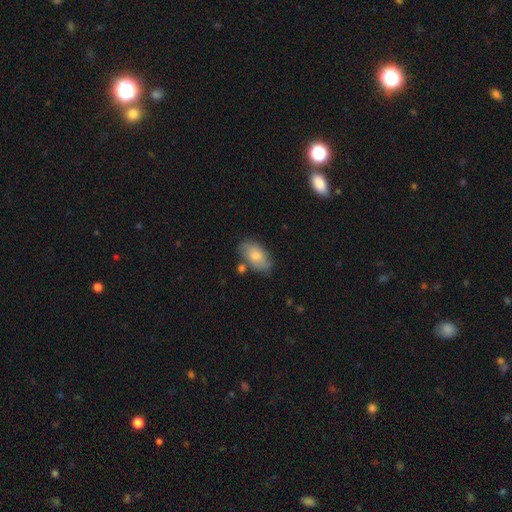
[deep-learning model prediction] This is likely a smooth galaxy (73%). How rounded: clearly in between (92%). Merging: likely none (67%).